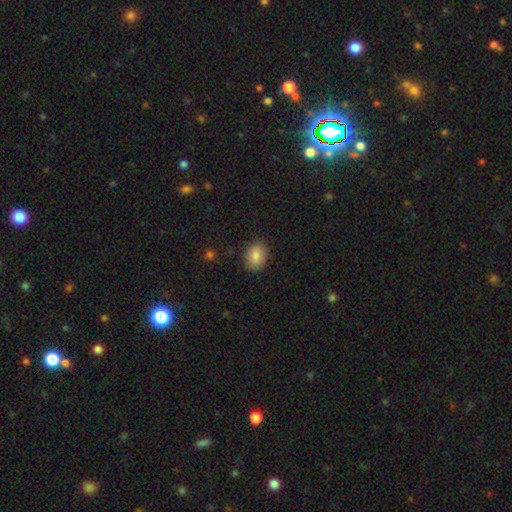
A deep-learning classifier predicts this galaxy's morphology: This appears to be a smooth galaxy with no disk features (85%) that is in between round and cigar-shaped (61%). Merging: none (87%).